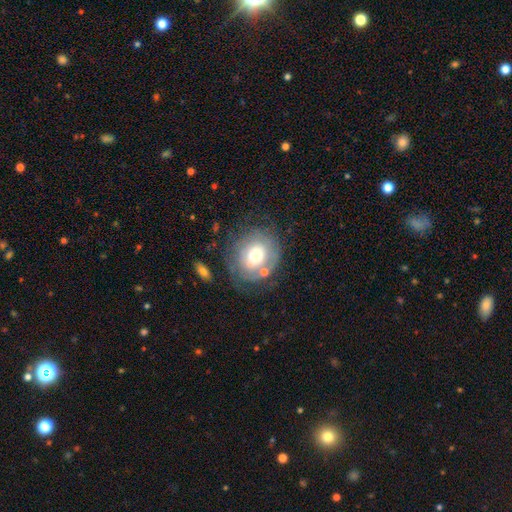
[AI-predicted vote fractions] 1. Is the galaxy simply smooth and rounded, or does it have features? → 46% featured or disk, 45% smooth, 9% star or artifact.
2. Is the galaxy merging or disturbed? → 61% none, 19% minor disturbance, 12% major disturbance, 7% merger.